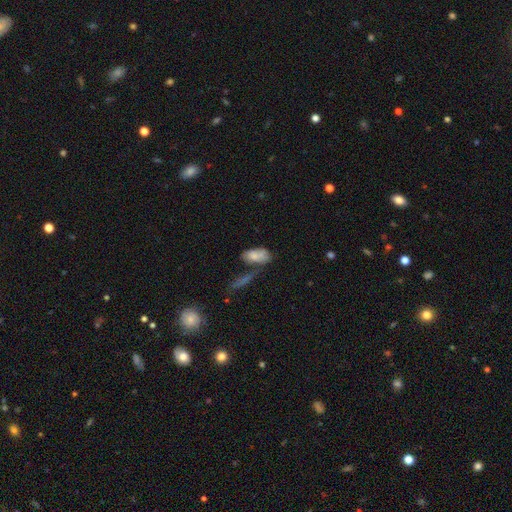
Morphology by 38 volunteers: This is clearly a smooth galaxy (89%). How rounded: clearly in between (94%). Merging: marginally none (45%).